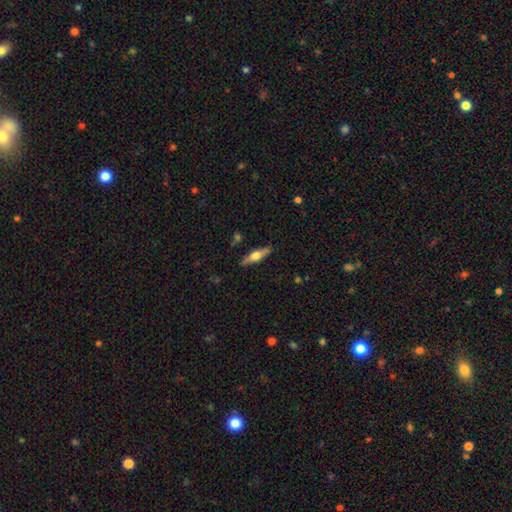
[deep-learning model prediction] smooth-or-featured: featured or disk: 59% | smooth: 35% | star or artifact: 6%
  disk-edge-on: yes: 95% | no: 5%
    edge-on-bulge: rounded: 93% | boxy: 5% | none: 2%
  merging: none: 87% | minor disturbance: 9% | major disturbance: 2% | merger: 2%